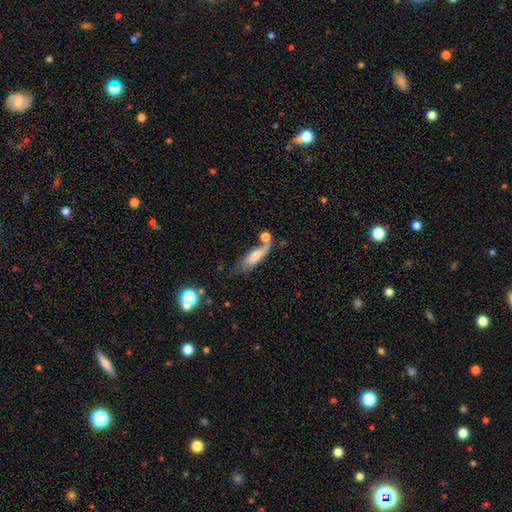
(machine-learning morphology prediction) The model was most divided on "how rounded": cigar-shaped: 53%, in between: 44%, round: 3%. Remaining: smooth or featured — smooth (68%); merging — none (36%).